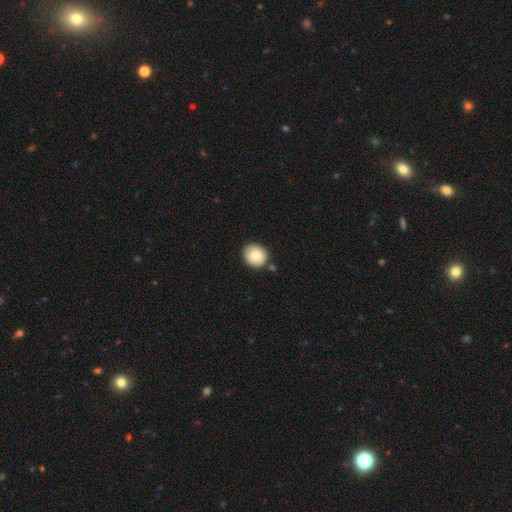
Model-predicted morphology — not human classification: smooth 81%, featured or disk 11%, star or artifact 8%. Down the decision tree: how rounded — round (83%); merging — none (80%).